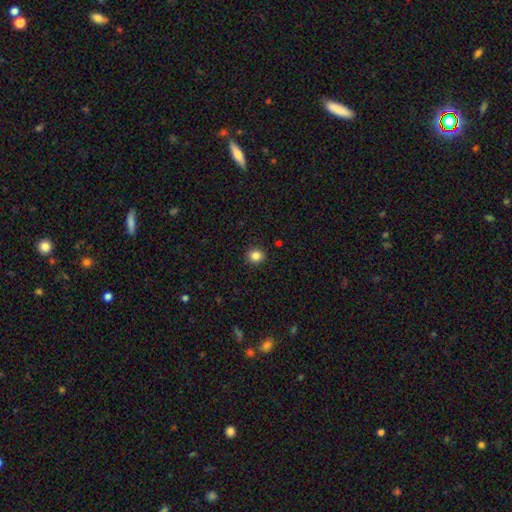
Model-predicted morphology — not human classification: Q: Smooth or featured?
A: smooth (85%); runner-up: star or artifact (11%)
Q: How rounded?
A: round (90%); runner-up: in between (9%)
Q: Merging?
A: none (92%); runner-up: minor disturbance (5%)